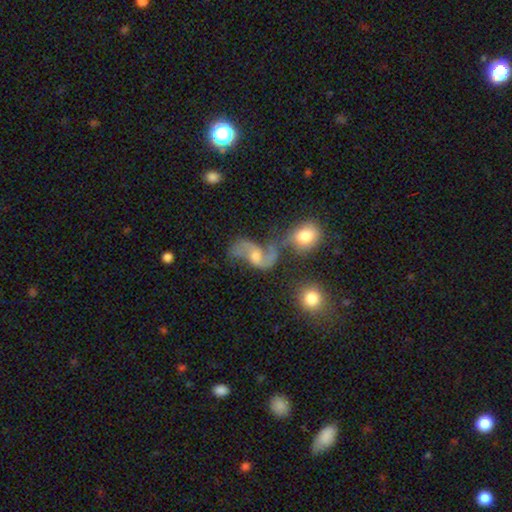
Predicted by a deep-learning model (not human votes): A featured or disk galaxy (77%) with no bar (49%), 2 (91%) loose (68%) spiral arms (92%) and a moderate central bulge (55%). Merging: none (43%).